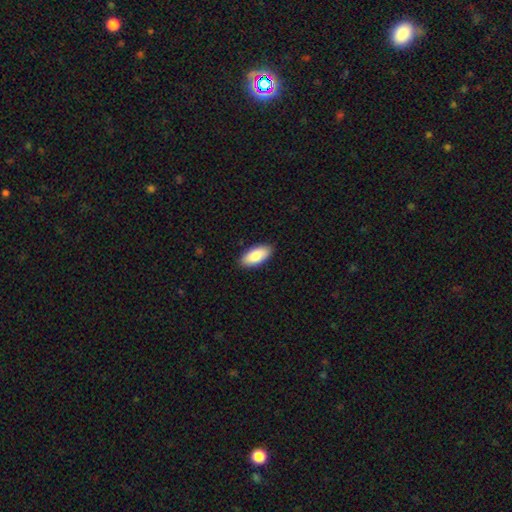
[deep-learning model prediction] Morphology: type=smooth (86%); roundness=in between (91%); merging=none (89%).